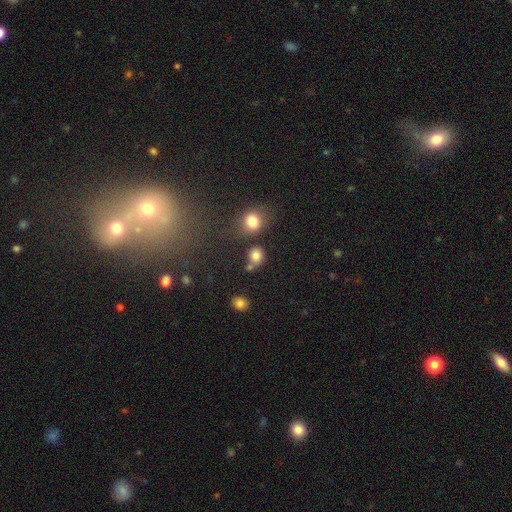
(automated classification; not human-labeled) The model was most divided on "merging": none: 60%, merger: 21%, minor disturbance: 14%, major disturbance: 6%. More confident: smooth or featured — smooth (81%); how rounded — round (80%).